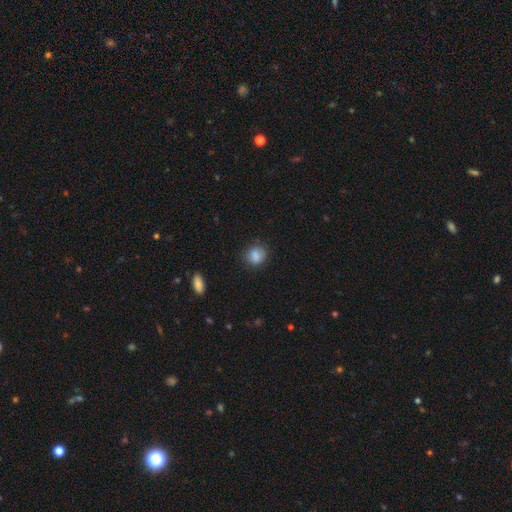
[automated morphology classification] This is clearly a smooth galaxy (85%). How rounded: likely round (70%). Merging: likely none (77%).